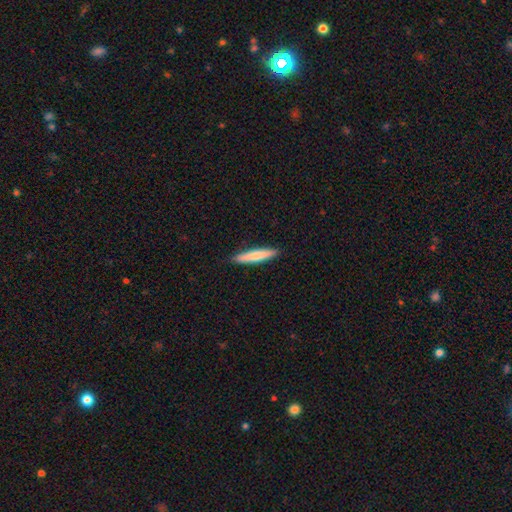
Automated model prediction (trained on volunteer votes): Smooth or featured: smooth — 74% (featured or disk — 21%)
How rounded: cigar-shaped — 90% (in between — 9%)
Merging: none — 89% (minor disturbance — 8%)